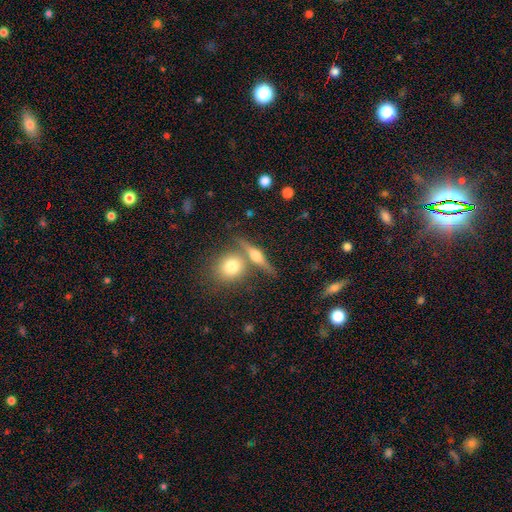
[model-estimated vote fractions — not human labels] smooth_or_featured: featured or disk (p=0.61) [alt: smooth p=0.31]
disk_edge_on: yes (p=0.92) [alt: no p=0.08]
edge_on_bulge: rounded (p=0.93) [alt: boxy p=0.04]
merging: none (p=0.68) [alt: merger p=0.19]